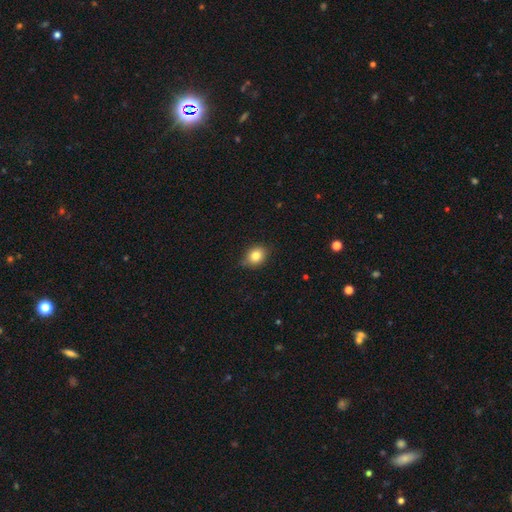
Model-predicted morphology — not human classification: type=smooth (82%); roundness=round (52%); merging=none (75%).